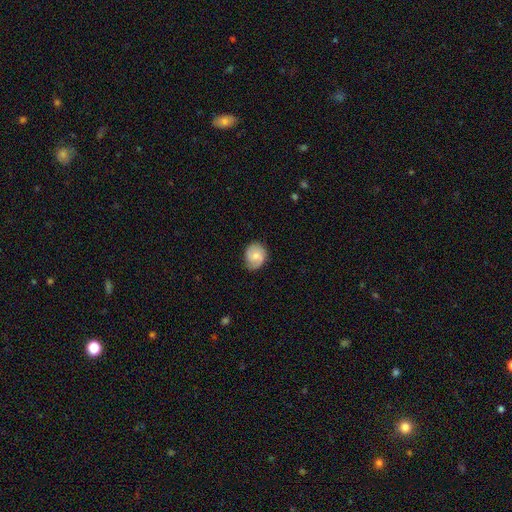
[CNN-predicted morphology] smooth-or-featured: featured or disk: 54% | smooth: 39% | star or artifact: 7%
  disk-edge-on: no: 97% | yes: 3%
    bar: no: 61% | weak: 34% | strong: 5%
    has-spiral-arms: yes: 92% | no: 8%
    bulge-size: small: 48% | moderate: 37% | none: 11% | large: 3% | dominant: 1%
  merging: none: 74% | minor disturbance: 20% | major disturbance: 5% | merger: 1%